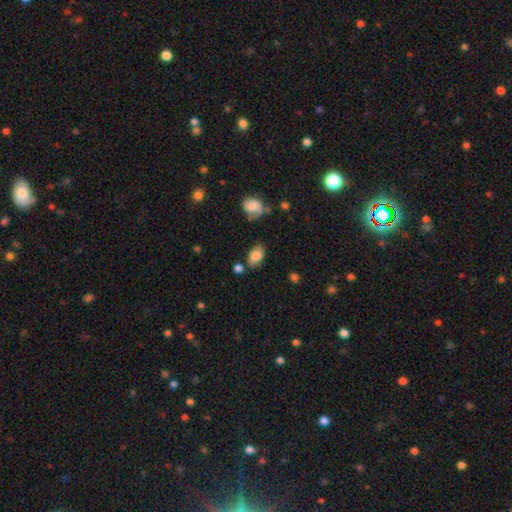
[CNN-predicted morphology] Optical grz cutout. It shows a smooth galaxy with no disk features (81%) that is in between round and cigar-shaped (91%). Merging: none (71%).